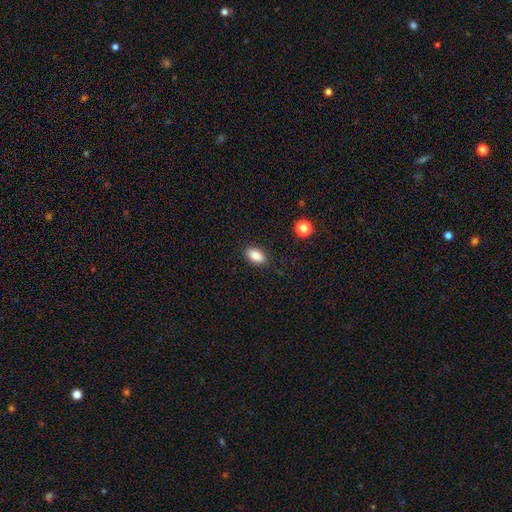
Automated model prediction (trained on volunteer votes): Smooth or featured: smooth — 88% (star or artifact — 8%)
How rounded: in between — 91% (round — 6%)
Merging: none — 86% (minor disturbance — 10%)